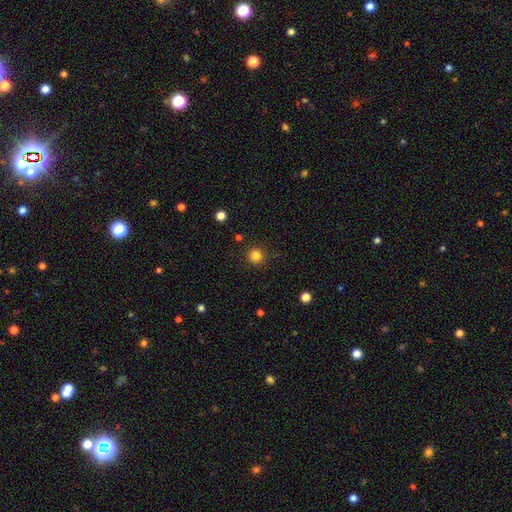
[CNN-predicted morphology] Smooth or featured: smooth — 83% (star or artifact — 13%)
How rounded: round — 95% (in between — 4%)
Merging: none — 91% (minor disturbance — 6%)